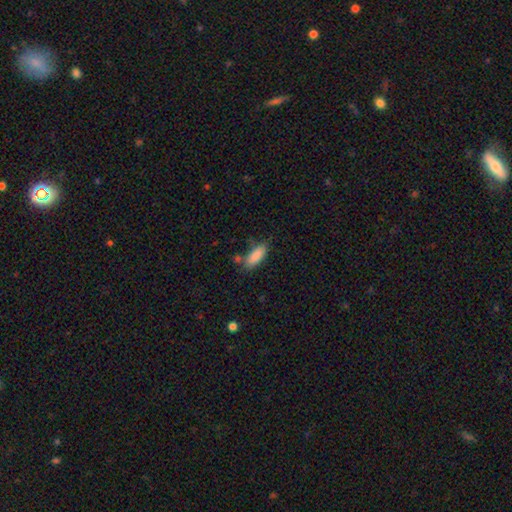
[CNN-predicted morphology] Smooth or featured? Predicted: smooth (p=0.86). How rounded? Predicted: in between (p=0.71). Merging? Predicted: none (p=0.65).